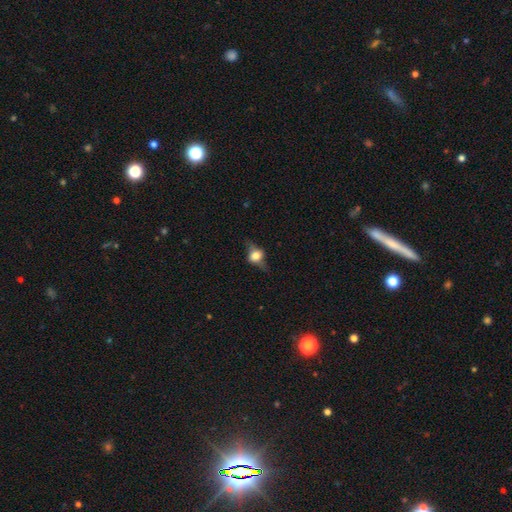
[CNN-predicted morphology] A featured or disk galaxy (49%).

Vote fractions:
- Smooth or featured? featured or disk: 49% / smooth: 40% / star or artifact: 11%
- Merging? none: 69% / minor disturbance: 20% / major disturbance: 9% / merger: 1%